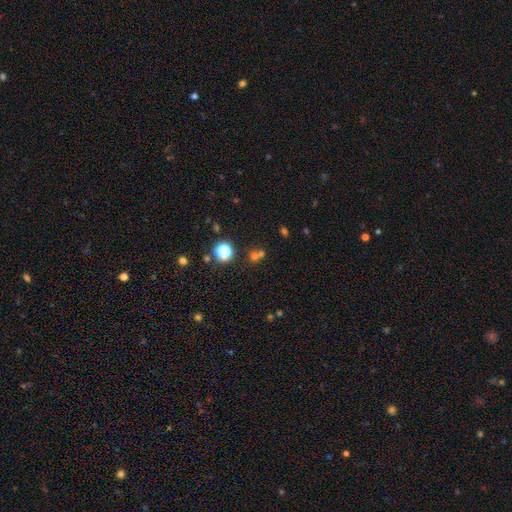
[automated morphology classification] Smooth or featured: smooth — 55% (star or artifact — 34%)
How rounded: round — 86% (in between — 13%)
Merging: none — 55% (merger — 34%)